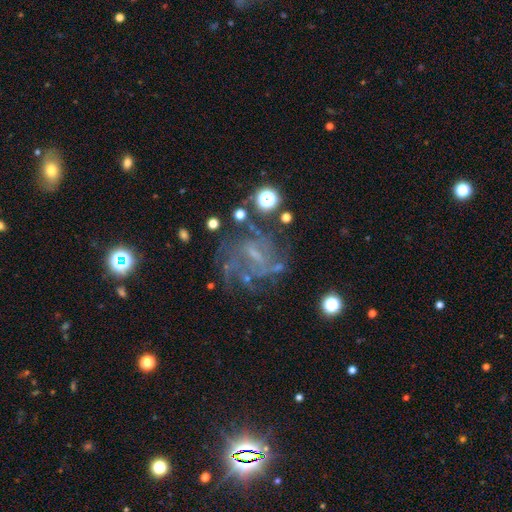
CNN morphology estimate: Smooth or featured: featured or disk — 72% (star or artifact — 17%)
Edge-on disk: no — 97% (yes — 3%)
Bar: weak — 50% (no — 37%)
Spiral arms: yes — 78% (no — 22%)
Spiral winding: tight — 41% (tied with medium — 41%)
Spiral arm count: can't tell — 49% (4 — 13%)
Bulge size: small — 51% (none — 29%)
Merging: none — 60% (major disturbance — 19%)